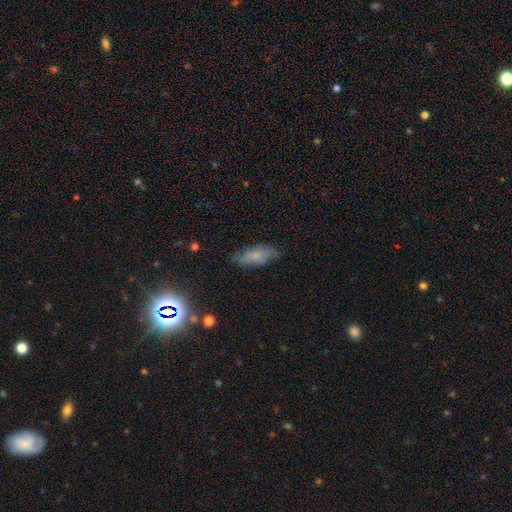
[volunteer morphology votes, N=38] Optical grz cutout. It shows a smooth galaxy with no disk features (74%) that is in between round and cigar-shaped (93%). Merging: none (75%).